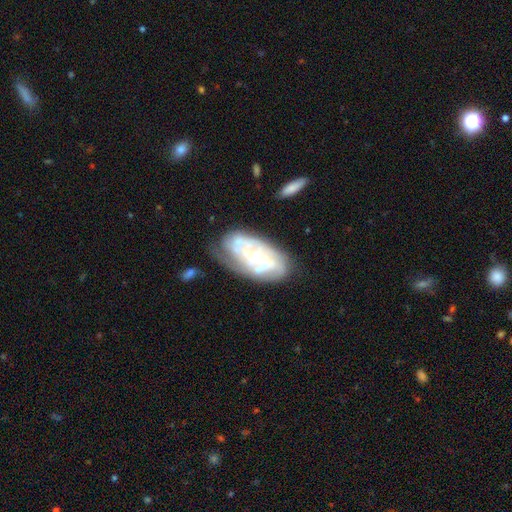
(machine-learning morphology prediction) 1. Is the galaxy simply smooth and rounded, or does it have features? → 77% featured or disk, 17% smooth, 7% star or artifact.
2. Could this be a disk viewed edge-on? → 95% no, 5% yes.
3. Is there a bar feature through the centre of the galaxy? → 73% no, 21% weak, 5% strong.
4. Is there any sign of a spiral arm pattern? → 81% yes, 19% no.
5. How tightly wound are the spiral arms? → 60% tight, 30% medium, 10% loose.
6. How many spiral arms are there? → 46% can't tell, 24% 2, 15% 3, 7% 4, 4% 1, 4% more than 4.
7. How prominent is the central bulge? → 51% small, 41% moderate, 3% none, 3% large, 1% dominant.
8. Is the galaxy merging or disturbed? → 57% none, 26% minor disturbance, 12% major disturbance, 6% merger.